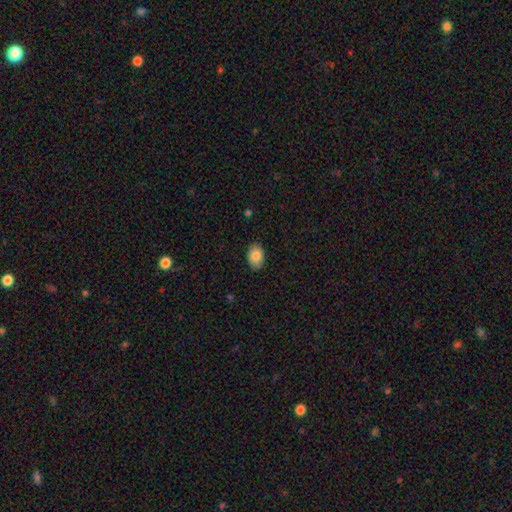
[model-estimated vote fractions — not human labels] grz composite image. It shows a smooth galaxy with no disk features (85%) that is in between round and cigar-shaped (88%). Merging: none (88%).